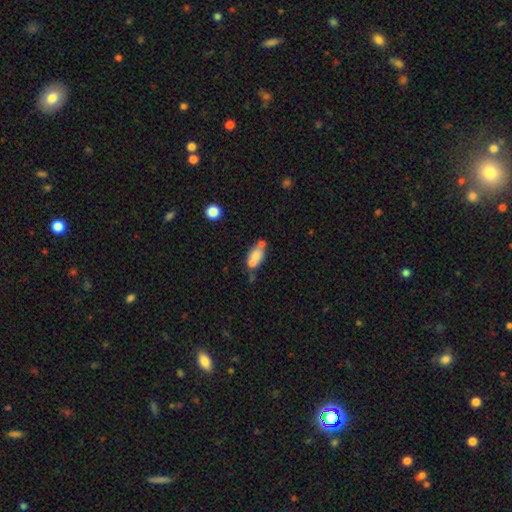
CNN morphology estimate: This is likely a smooth galaxy (67%). How rounded: clearly in between (84%). Merging: marginally none (38%).